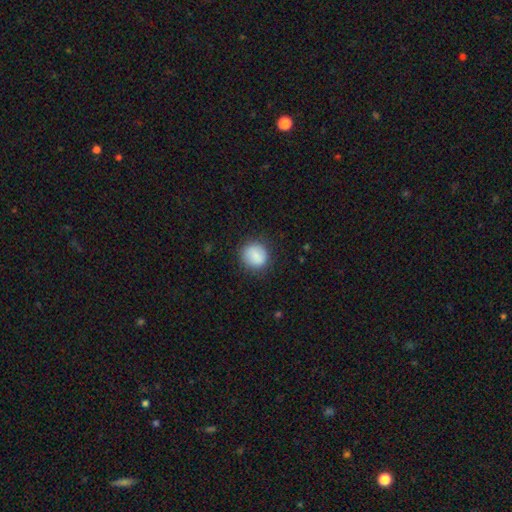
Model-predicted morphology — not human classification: This is clearly a smooth galaxy (85%). How rounded: clearly round (84%). Merging: clearly none (83%).